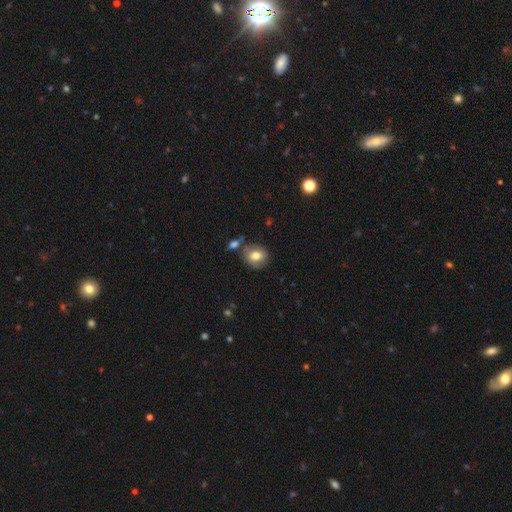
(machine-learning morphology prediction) Smooth or featured? Predicted: smooth (p=0.75). How rounded? Predicted: round (p=0.71). Merging? Predicted: none (p=0.72).